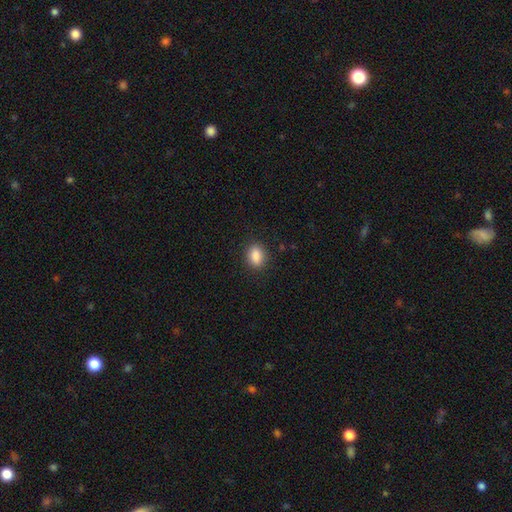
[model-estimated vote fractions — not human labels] Smooth or featured? smooth (87%)
How rounded? in between (73%)
Merging? none (86%)